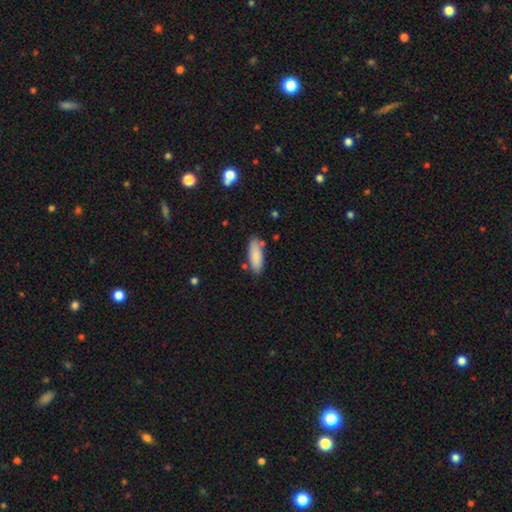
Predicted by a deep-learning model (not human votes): Smooth or featured?
  - smooth: 86% *
  - featured or disk: 8%
  - star or artifact: 6%
How rounded?
  - in between: 67% *
  - cigar-shaped: 32%
  - round: 2%
Merging?
  - none: 77% *
  - minor disturbance: 15%
  - merger: 5%
  - major disturbance: 3%